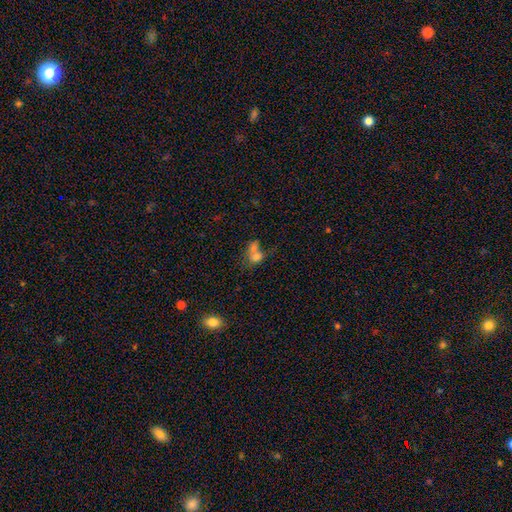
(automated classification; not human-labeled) Smooth or featured? smooth (67%)
How rounded? round (54%)
Merging? merger (60%)